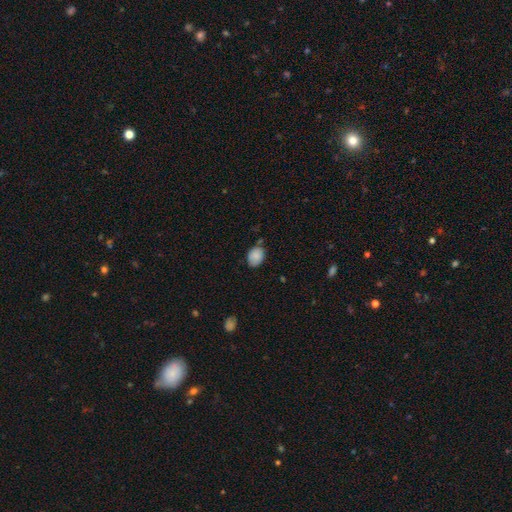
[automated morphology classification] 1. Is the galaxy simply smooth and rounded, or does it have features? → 86% smooth, 8% star or artifact, 6% featured or disk.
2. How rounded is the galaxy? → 65% in between, 34% round, 1% cigar-shaped.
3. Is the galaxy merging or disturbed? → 68% none, 23% minor disturbance, 5% merger, 4% major disturbance.